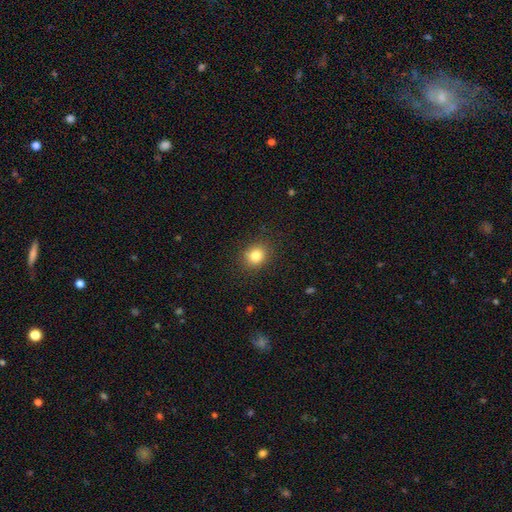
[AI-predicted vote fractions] Morphology: type=smooth (82%); roundness=round (70%); merging=none (87%).